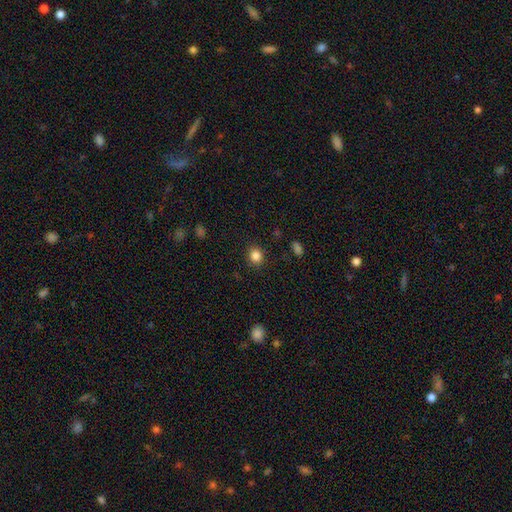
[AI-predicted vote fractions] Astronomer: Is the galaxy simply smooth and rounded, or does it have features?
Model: smooth — 85%.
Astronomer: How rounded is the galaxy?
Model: round — 78%.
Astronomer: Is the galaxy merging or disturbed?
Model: none — 90%.